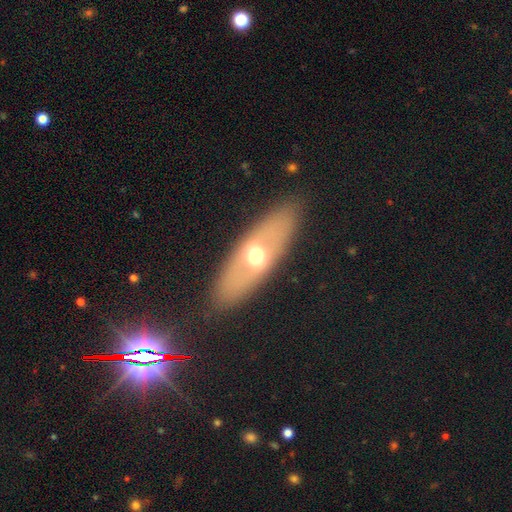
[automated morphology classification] The model was most divided on "smooth or featured": smooth: 48%, featured or disk: 44%, star or artifact: 8%. More confident: merging — none (86%).